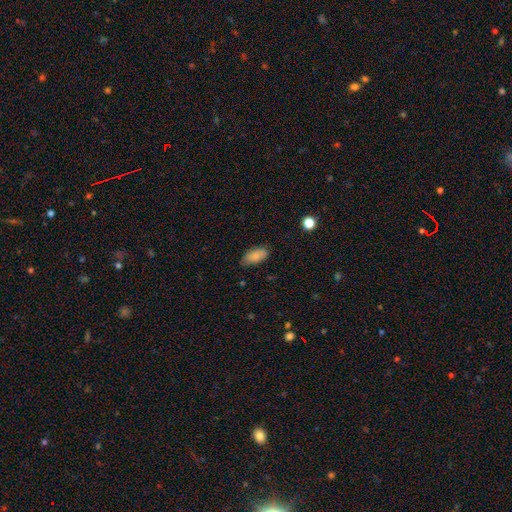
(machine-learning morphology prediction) A smooth galaxy with no disk features (83%) that is in between round and cigar-shaped (92%).

Vote fractions:
- Smooth or featured? smooth: 83% / featured or disk: 9% / star or artifact: 7%
- How rounded? in between: 92% / cigar-shaped: 5% / round: 3%
- Merging? none: 76% / minor disturbance: 20% / major disturbance: 3% / merger: 1%